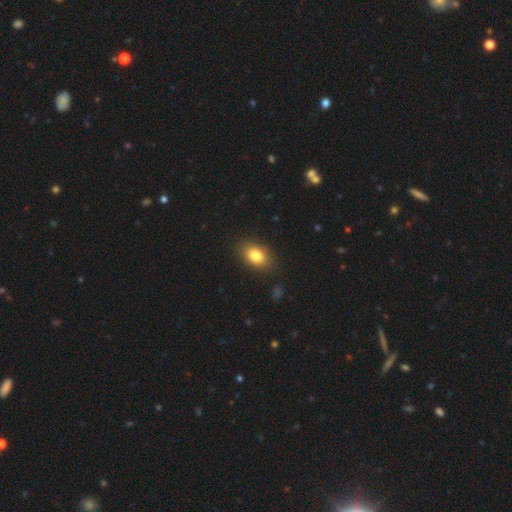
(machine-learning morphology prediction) Smooth or featured? Predicted: smooth (p=0.82). How rounded? Predicted: in between (p=0.81). Merging? Predicted: none (p=0.86).